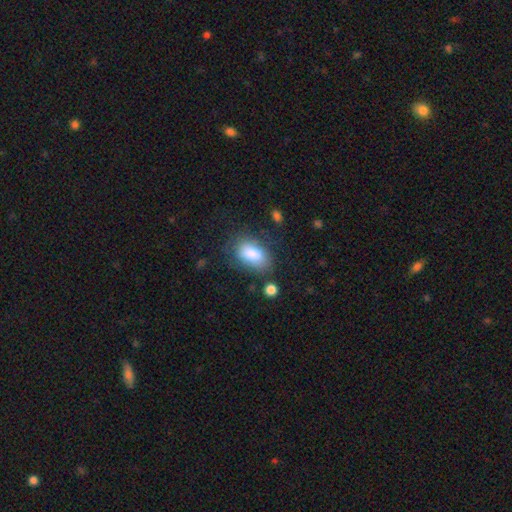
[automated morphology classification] type=smooth (83%); roundness=in between (91%); merging=none (68%).